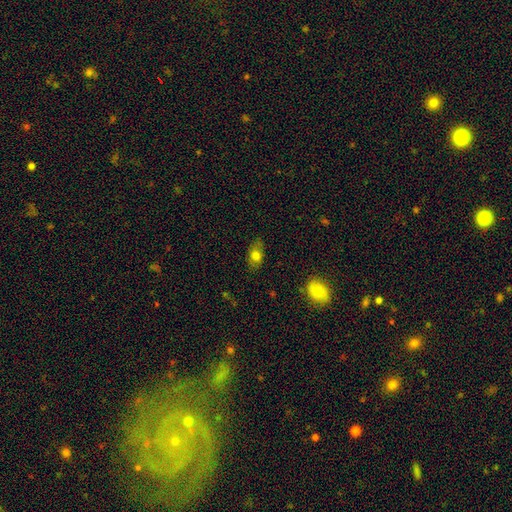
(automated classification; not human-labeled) smooth-or-featured: smooth: 74% | featured or disk: 15% | star or artifact: 10%
  how-rounded: in between: 84% | round: 13% | cigar-shaped: 4%
  merging: none: 77% | minor disturbance: 17% | major disturbance: 4% | merger: 2%